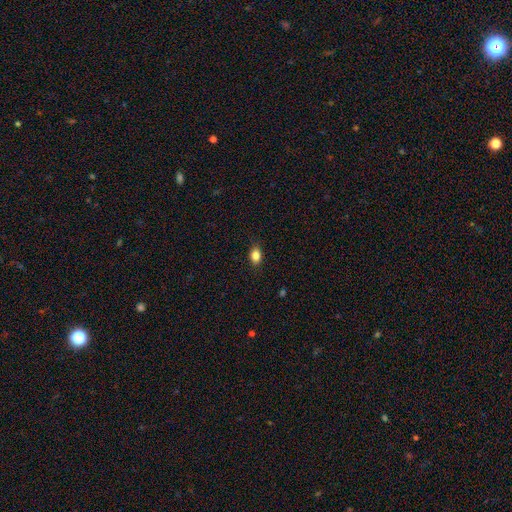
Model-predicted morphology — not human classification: Smooth or featured? smooth (84%)
How rounded? in between (76%)
Merging? none (85%)